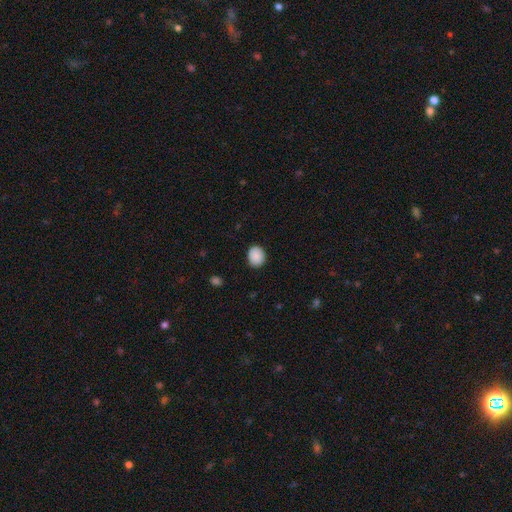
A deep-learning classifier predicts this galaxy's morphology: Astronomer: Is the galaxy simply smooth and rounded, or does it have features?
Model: smooth — 88%.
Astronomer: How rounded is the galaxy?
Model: round — 65%.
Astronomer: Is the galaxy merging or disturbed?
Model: none — 86%.